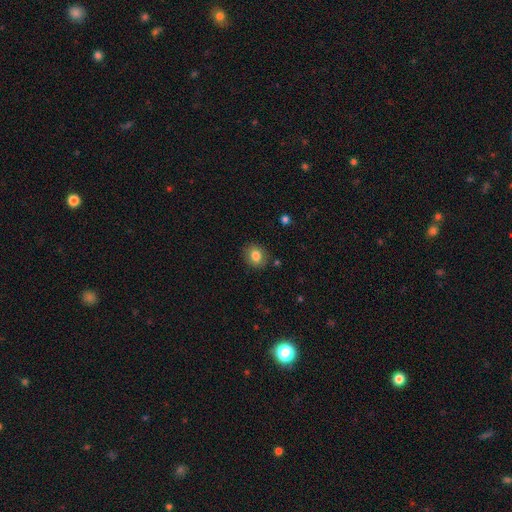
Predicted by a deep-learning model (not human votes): Smooth or featured?
  - smooth: 82% *
  - star or artifact: 9%
  - featured or disk: 8%
How rounded?
  - round: 62% *
  - in between: 37%
  - cigar-shaped: 1%
Merging?
  - none: 85% *
  - minor disturbance: 10%
  - major disturbance: 2%
  - merger: 2%